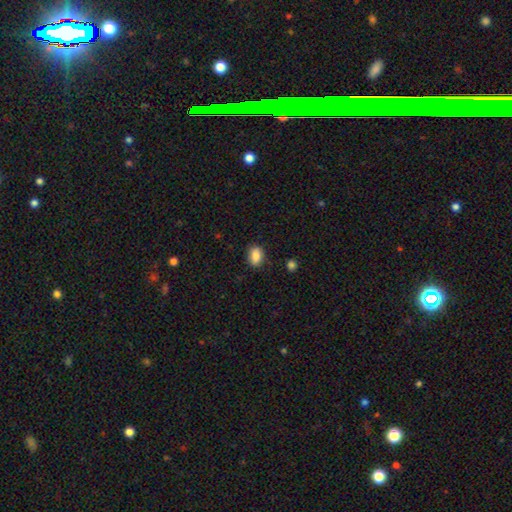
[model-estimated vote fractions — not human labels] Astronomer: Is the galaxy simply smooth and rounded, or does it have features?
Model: smooth — 83%.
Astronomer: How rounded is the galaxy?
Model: in between — 78%.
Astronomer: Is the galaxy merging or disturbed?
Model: none — 81%.